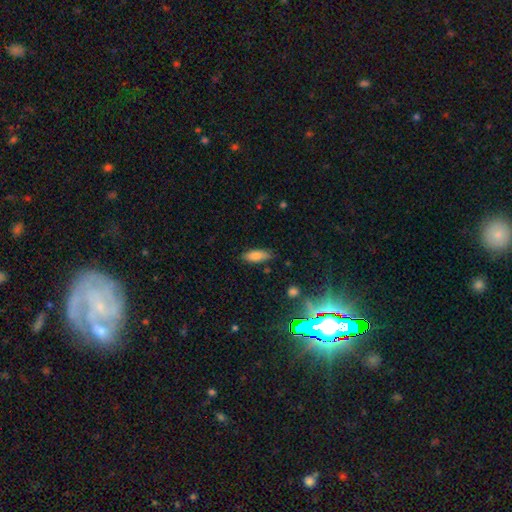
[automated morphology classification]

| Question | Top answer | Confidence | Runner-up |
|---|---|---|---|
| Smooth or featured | smooth | 80% | featured or disk (12%) |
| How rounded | in between | 72% | cigar-shaped (26%) |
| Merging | none | 79% | minor disturbance (16%) |